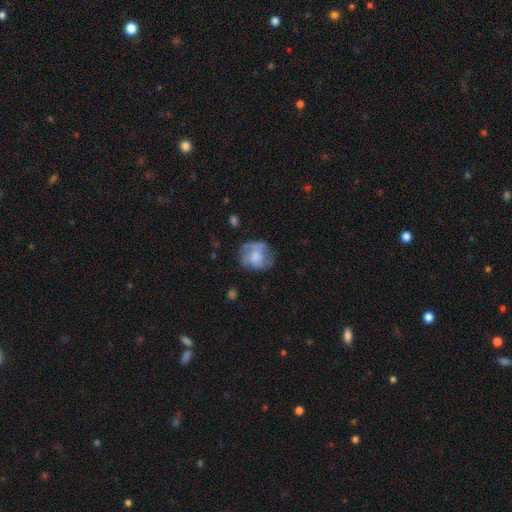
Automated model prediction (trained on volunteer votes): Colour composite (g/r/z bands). It shows a smooth galaxy with no disk features (51%) that is round (67%). Merging: none (54%).